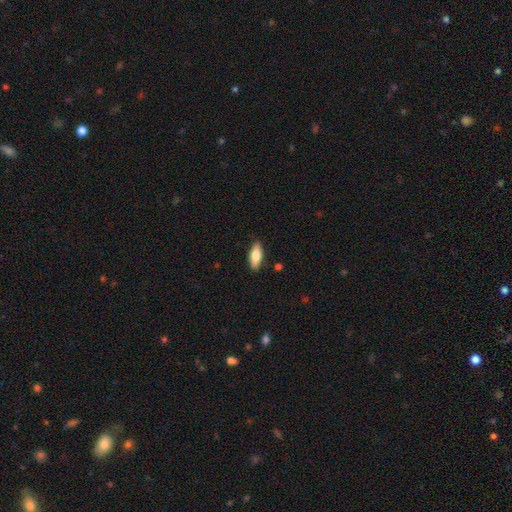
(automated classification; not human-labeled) Q: Smooth or featured?
A: smooth (74%); runner-up: featured or disk (20%)
Q: How rounded?
A: in between (74%); runner-up: cigar-shaped (23%)
Q: Merging?
A: none (86%); runner-up: minor disturbance (10%)